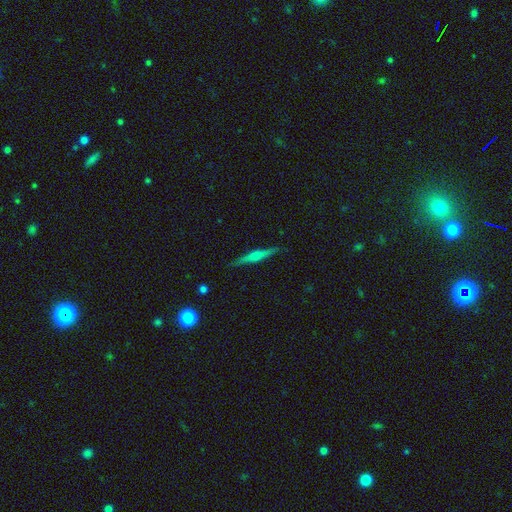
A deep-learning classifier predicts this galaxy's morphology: Overall: featured or disk (70%). Edge-on disk: yes (98%). Edge-on bulge: rounded (82%). Merging: none (89%).